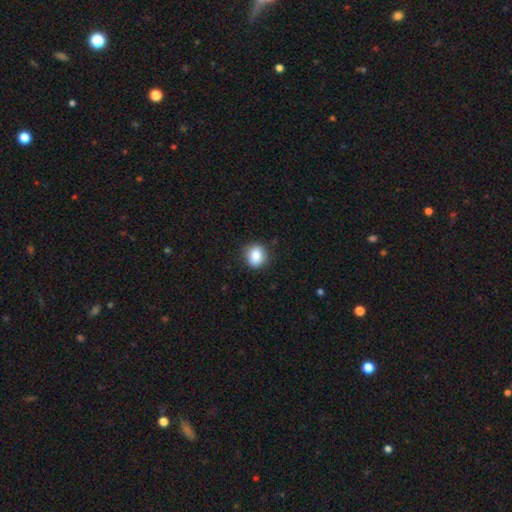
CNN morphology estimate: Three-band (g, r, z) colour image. It shows a smooth galaxy with no disk features (85%) that is round (67%). Merging: none (85%).